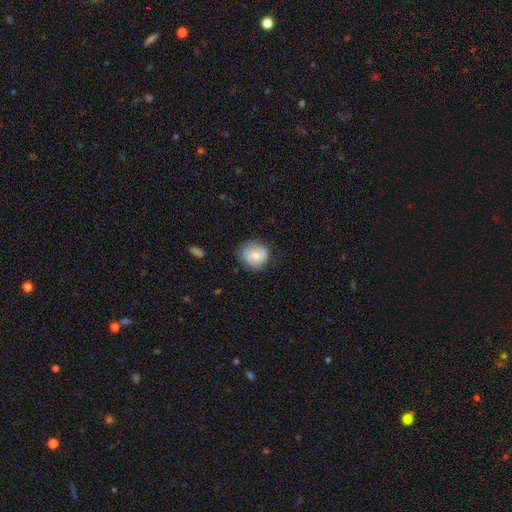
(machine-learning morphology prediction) A smooth galaxy with no disk features (47%).

Vote fractions:
- Smooth or featured? smooth: 47% / featured or disk: 45% / star or artifact: 7%
- Merging? none: 73% / minor disturbance: 20% / major disturbance: 6% / merger: 1%